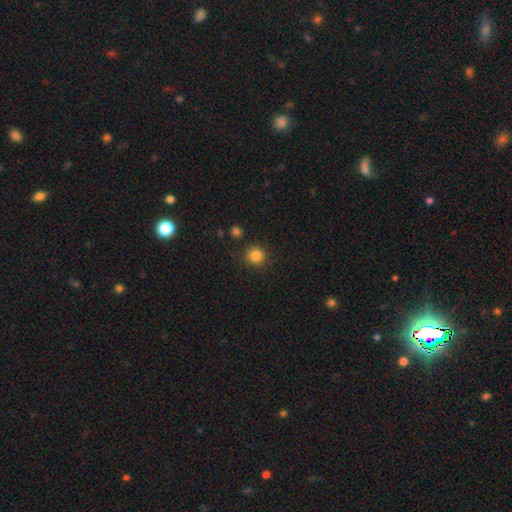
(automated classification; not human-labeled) The model was most divided on "smooth or featured": smooth: 84%, star or artifact: 12%, featured or disk: 4%. More confident: how rounded — round (93%); merging — none (89%).